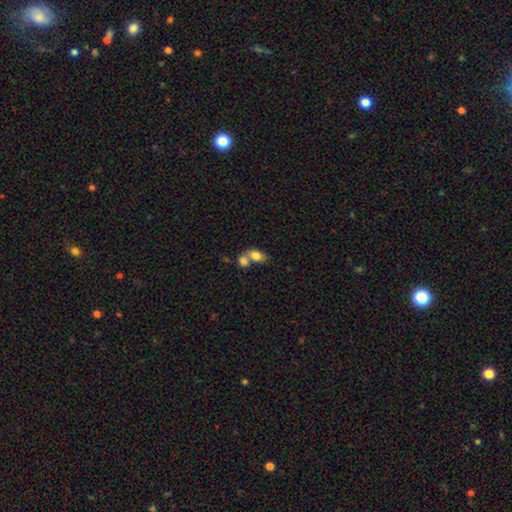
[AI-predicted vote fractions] Q: Smooth or featured?
A: smooth (79%); runner-up: featured or disk (12%)
Q: How rounded?
A: in between (80%); runner-up: round (18%)
Q: Merging?
A: merger (64%); runner-up: none (25%)